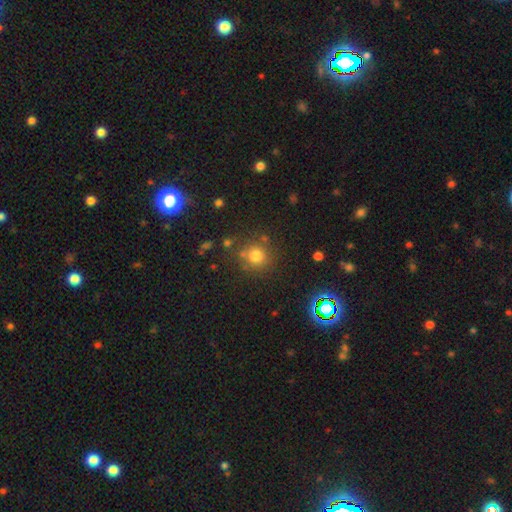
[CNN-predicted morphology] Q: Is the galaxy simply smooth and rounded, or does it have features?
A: smooth — 76%.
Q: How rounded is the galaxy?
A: round — 90%.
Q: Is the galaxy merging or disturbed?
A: none — 78%.